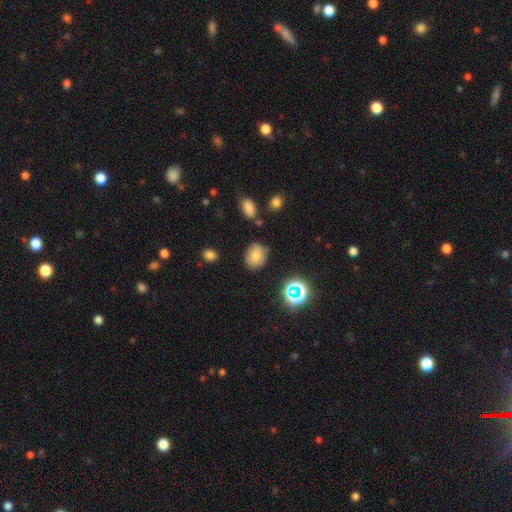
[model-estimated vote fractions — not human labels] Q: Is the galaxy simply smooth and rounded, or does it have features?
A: smooth — 77%.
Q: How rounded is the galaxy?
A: round — 54%.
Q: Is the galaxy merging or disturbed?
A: none — 79%.